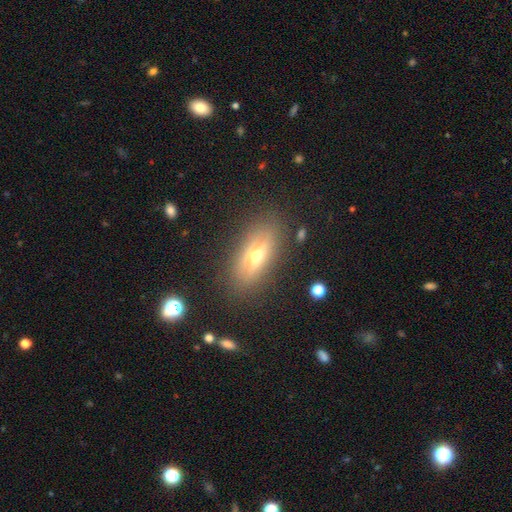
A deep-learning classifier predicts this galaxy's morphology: Overall: featured or disk (51%; smooth 38%). Edge-on disk: yes (74%). Merging: none (82%).